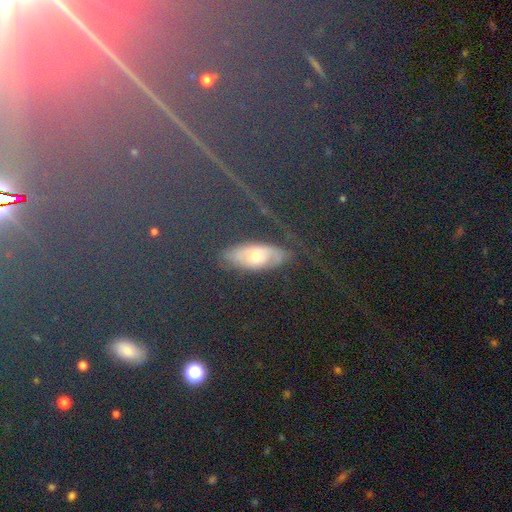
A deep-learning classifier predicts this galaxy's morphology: A smooth galaxy with no disk features (43%).

Vote fractions:
- Smooth or featured? smooth: 43% / star or artifact: 31% / featured or disk: 26%
- Merging? none: 82% / minor disturbance: 11% / major disturbance: 4% / merger: 3%